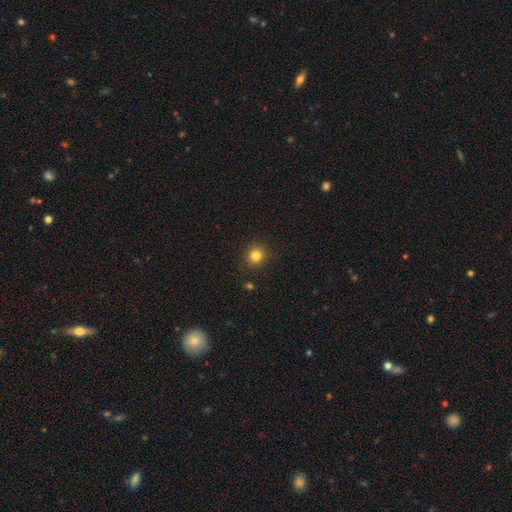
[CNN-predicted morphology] Smooth or featured?
  - smooth: 81% *
  - star or artifact: 13%
  - featured or disk: 6%
How rounded?
  - round: 91% *
  - in between: 8%
  - cigar-shaped: 1%
Merging?
  - none: 91% *
  - minor disturbance: 6%
  - major disturbance: 2%
  - merger: 1%